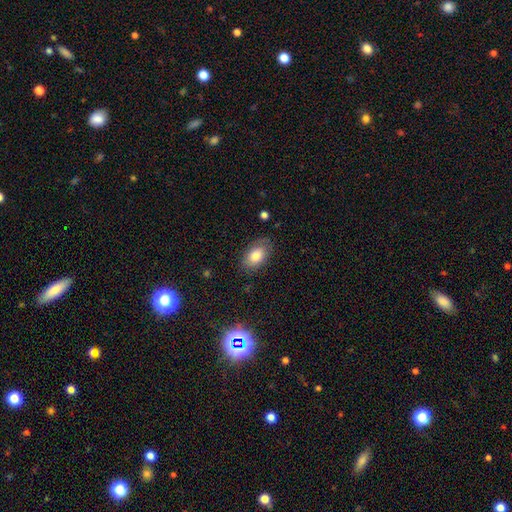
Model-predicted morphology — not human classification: Smooth or featured?
  - smooth: 78% *
  - featured or disk: 14%
  - star or artifact: 8%
How rounded?
  - in between: 91% *
  - round: 7%
  - cigar-shaped: 2%
Merging?
  - none: 78% *
  - minor disturbance: 16%
  - major disturbance: 4%
  - merger: 1%